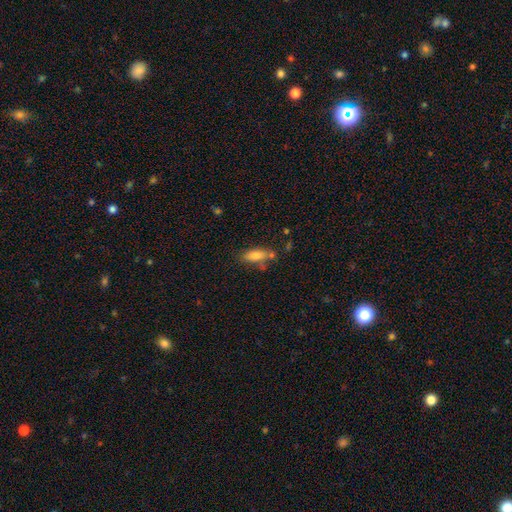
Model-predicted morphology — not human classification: Overall: smooth (83%). How rounded: in between (75%). Merging: none (61%).